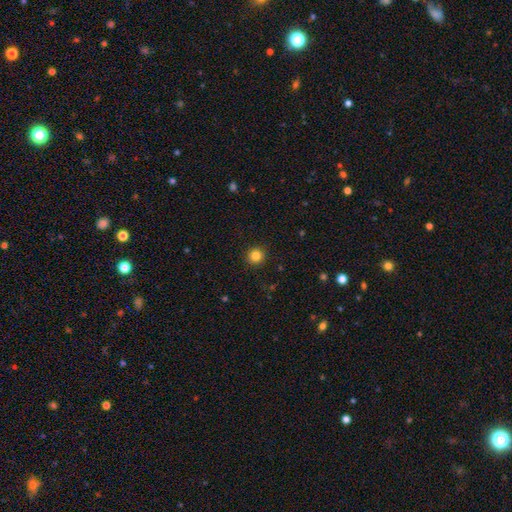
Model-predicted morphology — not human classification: smooth 84%, star or artifact 11%, featured or disk 4%. Down the decision tree: how rounded — round (94%); merging — none (92%).